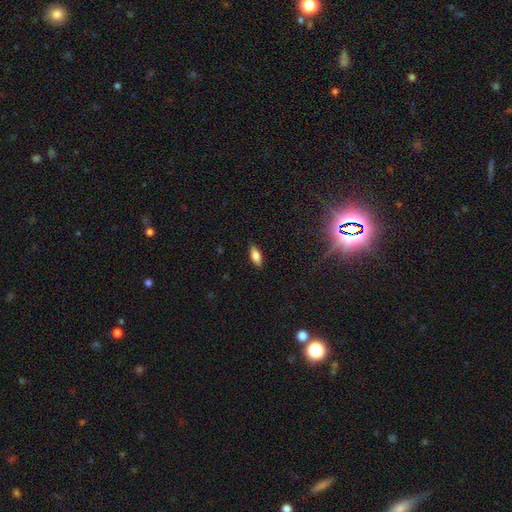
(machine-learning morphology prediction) smooth_or_featured: smooth (p=0.75) [alt: featured or disk p=0.17]
how_rounded: in between (p=0.81) [alt: cigar-shaped p=0.17]
merging: none (p=0.88) [alt: minor disturbance p=0.09]